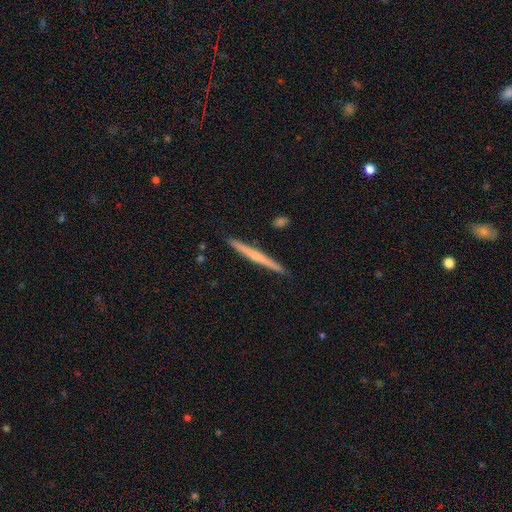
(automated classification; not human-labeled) Smooth or featured? featured or disk (56%)
Edge-on disk? yes (98%)
Edge-on bulge? none (56%)
Merging? none (91%)